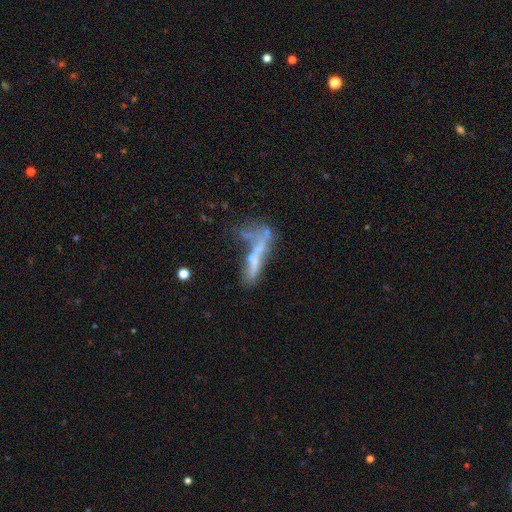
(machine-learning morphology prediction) This appears to be a featured or disk galaxy (51%). Merging: major disturbance (29%).